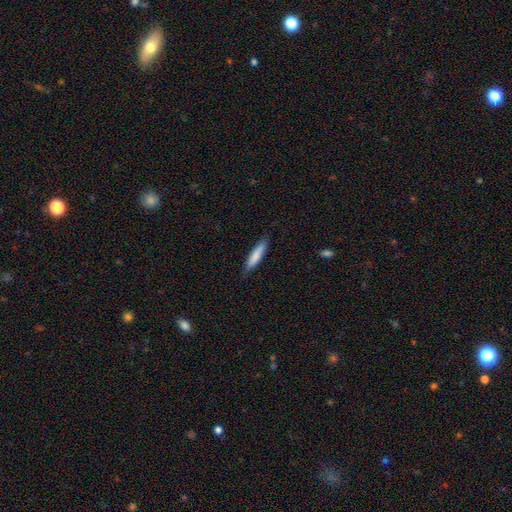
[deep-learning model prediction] smooth 80%, featured or disk 14%, star or artifact 6%. Down the decision tree: how rounded — cigar-shaped (84%); merging — none (83%).